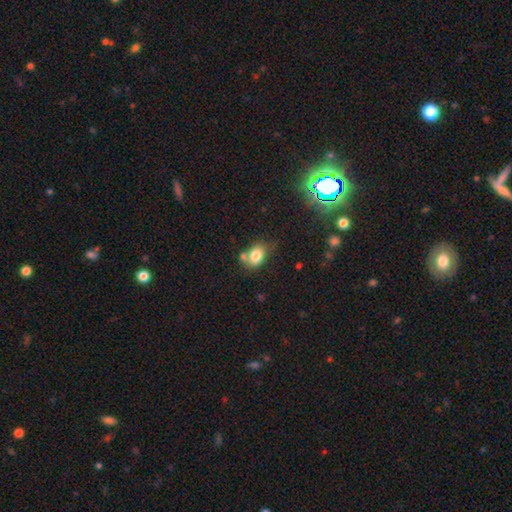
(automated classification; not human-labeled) Overall: smooth (79%). How rounded: in between (65%; round 34%). Merging: none (45%; merger 25%).